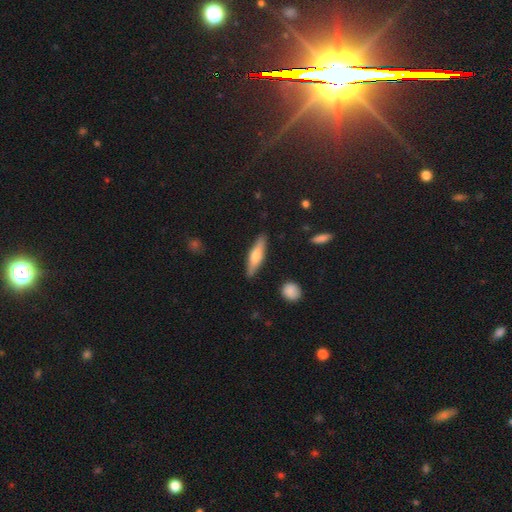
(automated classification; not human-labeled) A smooth galaxy with no disk features (56%) that is cigar-shaped (73%).

Vote fractions:
- Smooth or featured? smooth: 56% / featured or disk: 39% / star or artifact: 6%
- How rounded? cigar-shaped: 73% / in between: 25% / round: 2%
- Merging? none: 86% / minor disturbance: 10% / major disturbance: 2% / merger: 2%